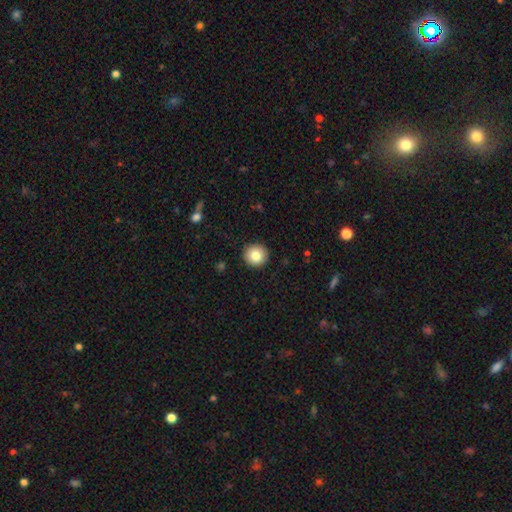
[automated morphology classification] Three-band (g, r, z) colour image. It shows a smooth galaxy with no disk features (82%) that is round (95%). Merging: none (92%).